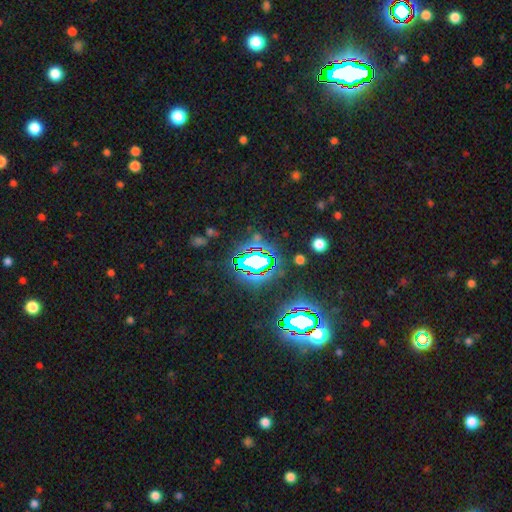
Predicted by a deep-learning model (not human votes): This is likely a star or artifact rather than a galaxy (72%).